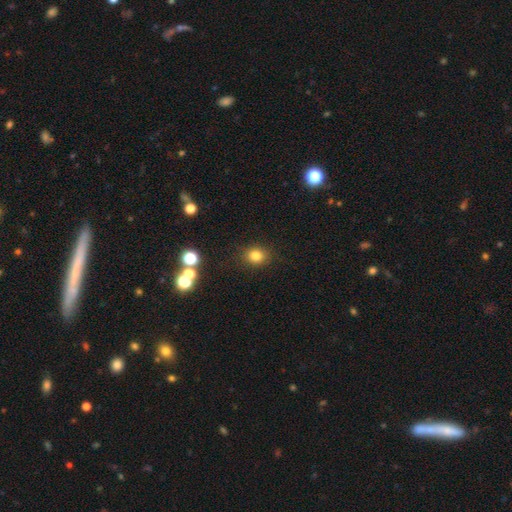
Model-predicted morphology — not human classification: smooth 80%, star or artifact 13%, featured or disk 6%. Down the decision tree: how rounded — round (68%); merging — none (87%).